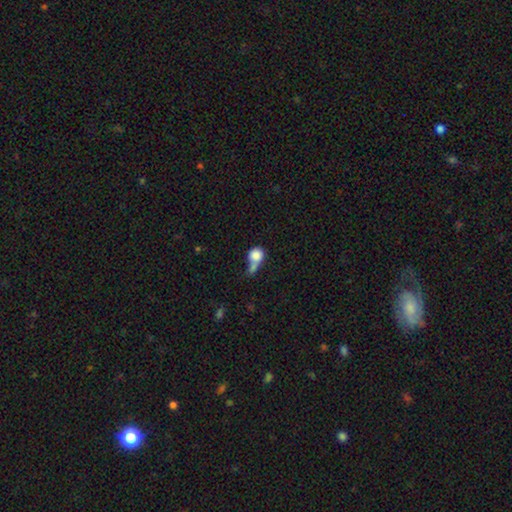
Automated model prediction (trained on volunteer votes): Smooth or featured: smooth — 80% (featured or disk — 11%)
How rounded: round — 75% (in between — 23%)
Merging: merger — 48% (none — 25%)